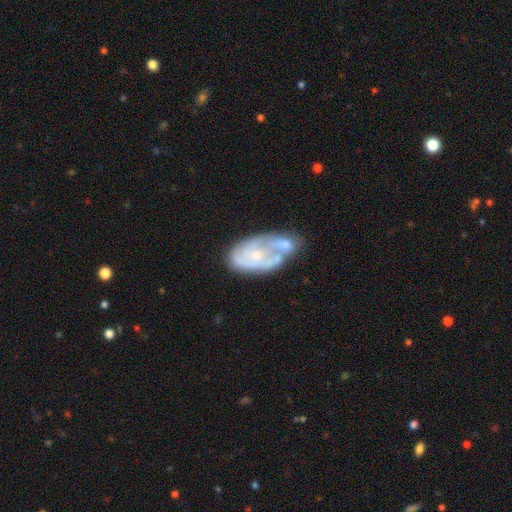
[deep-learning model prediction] Overall: featured or disk (73%). Edge-on disk: no (96%). Bar: no (77%). Spiral arms: yes (69%; no 31%). Bulge size: small (63%; moderate 26%). Merging: none (35%; merger 27%).